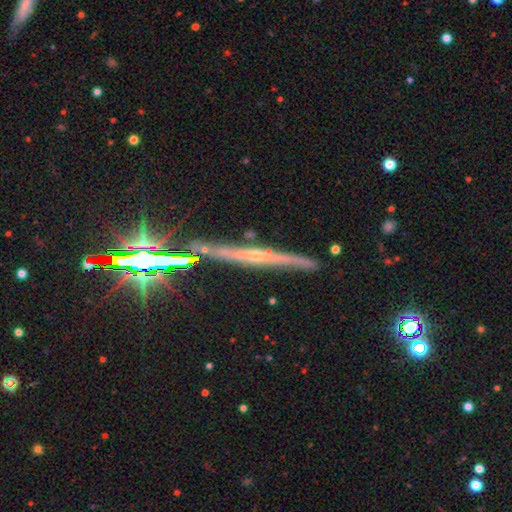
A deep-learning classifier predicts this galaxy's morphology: This appears to be a featured or disk galaxy (69%) viewed edge-on (95%) with a rounded central bulge (57%). Merging: none (81%).